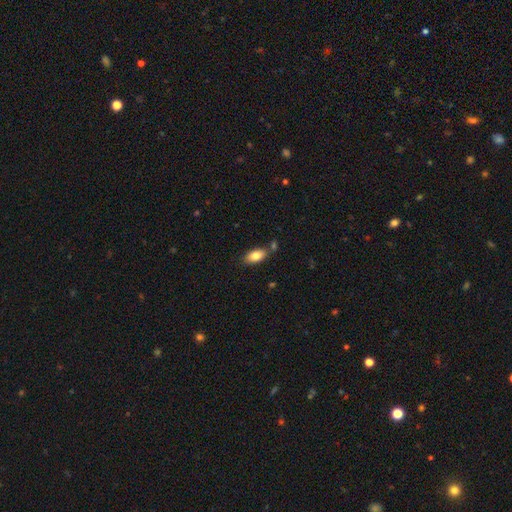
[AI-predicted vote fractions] smooth 83%, featured or disk 10%, star or artifact 7%. Down the decision tree: how rounded — in between (92%); merging — none (72%).